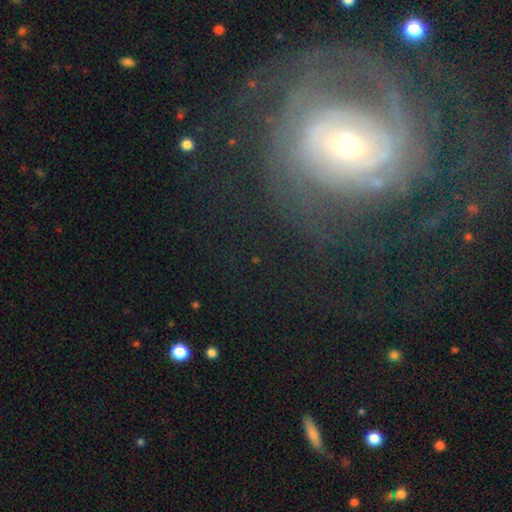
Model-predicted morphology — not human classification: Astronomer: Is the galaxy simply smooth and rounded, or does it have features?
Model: featured or disk — 68%.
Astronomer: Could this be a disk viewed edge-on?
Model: no — 94%.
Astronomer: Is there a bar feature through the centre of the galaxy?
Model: no — 55%.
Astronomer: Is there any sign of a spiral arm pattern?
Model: yes — 84%.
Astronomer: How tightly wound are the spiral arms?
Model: tight — 65%.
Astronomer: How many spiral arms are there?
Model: can't tell — 37% (runner-up: 2, 25%).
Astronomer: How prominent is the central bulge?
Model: small — 61%.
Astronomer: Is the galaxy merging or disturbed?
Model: none — 67%.